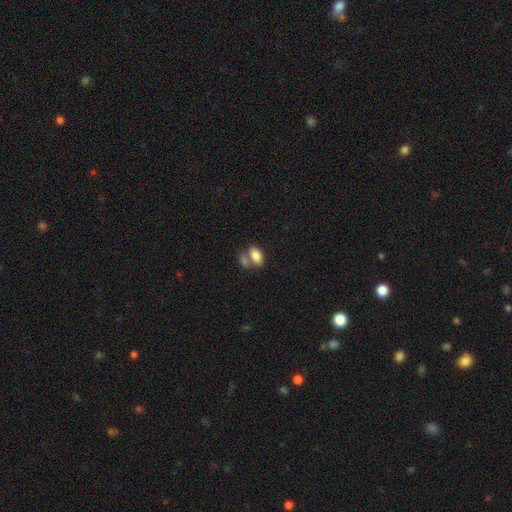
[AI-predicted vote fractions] Overall: smooth (83%). How rounded: in between (91%). Merging: merger (42%, tied with none).